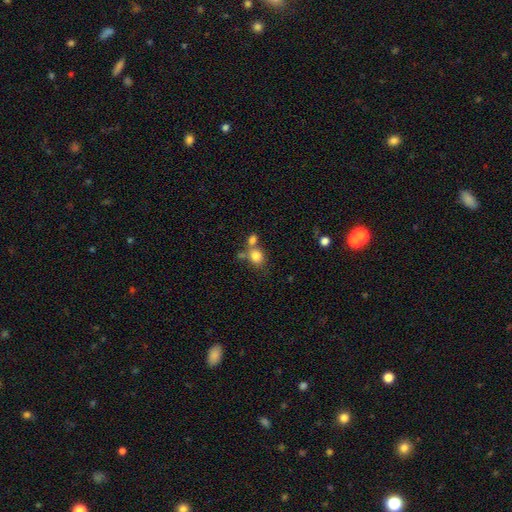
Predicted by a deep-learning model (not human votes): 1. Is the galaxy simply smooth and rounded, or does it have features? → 81% smooth, 10% star or artifact, 9% featured or disk.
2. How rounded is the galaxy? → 66% round, 33% in between, 1% cigar-shaped.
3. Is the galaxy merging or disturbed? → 45% none, 40% merger, 10% minor disturbance, 5% major disturbance.